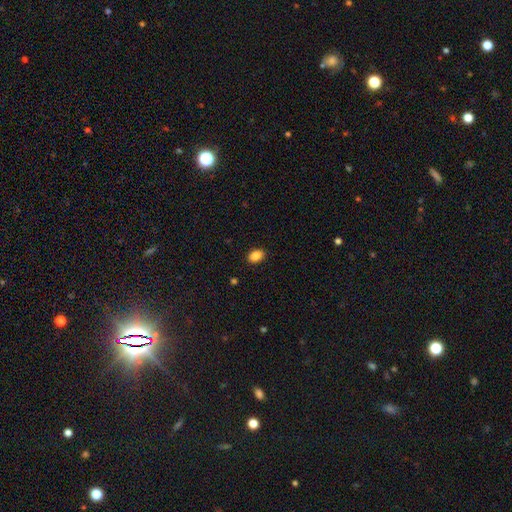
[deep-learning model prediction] The model was most divided on "how rounded": in between: 82%, round: 17%, cigar-shaped: 1%. More confident: merging — none (89%); smooth or featured — smooth (87%).